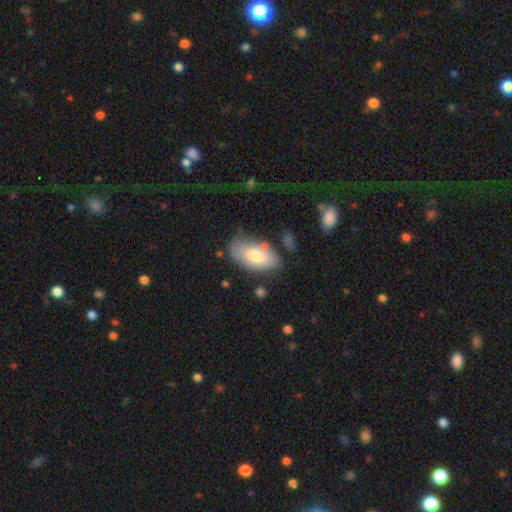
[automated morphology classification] Smooth or featured? Predicted: smooth (p=0.71). How rounded? Predicted: in between (p=0.94). Merging? Predicted: none (p=0.68).